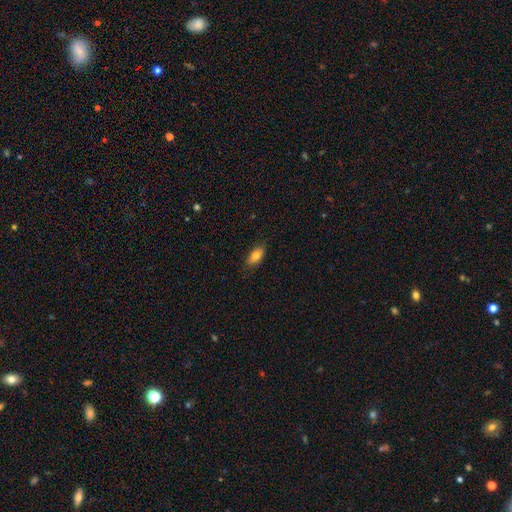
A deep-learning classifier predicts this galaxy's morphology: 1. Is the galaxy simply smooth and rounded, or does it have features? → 79% smooth, 13% featured or disk, 7% star or artifact.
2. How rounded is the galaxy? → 88% in between, 8% cigar-shaped, 4% round.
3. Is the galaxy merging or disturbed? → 81% none, 15% minor disturbance, 3% major disturbance, 1% merger.